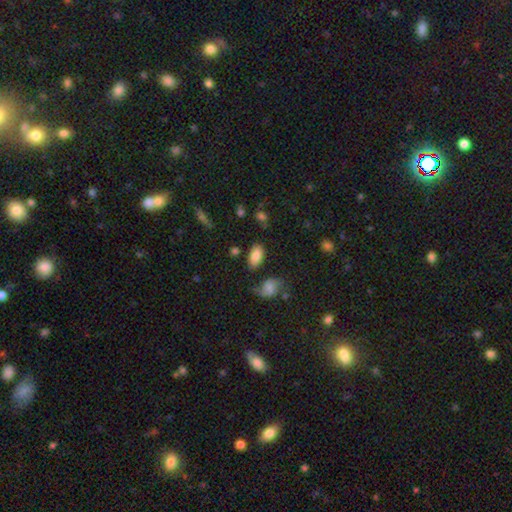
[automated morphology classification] smooth 83%, featured or disk 9%, star or artifact 8%. Down the decision tree: how rounded — in between (94%); merging — none (76%).